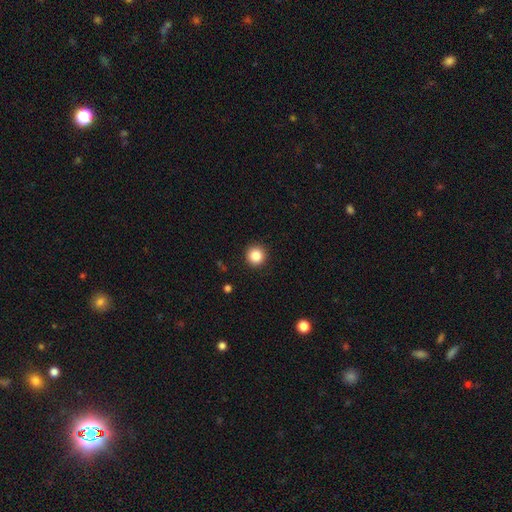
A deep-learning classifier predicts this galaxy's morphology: smooth 86%, star or artifact 10%, featured or disk 4%. Down the decision tree: how rounded — round (96%); merging — none (92%).